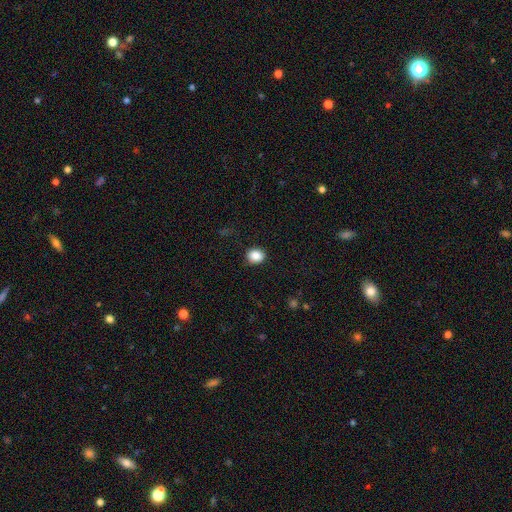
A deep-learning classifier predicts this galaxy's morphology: This appears to be a smooth galaxy with no disk features (88%) that is round (67%). Merging: none (88%).